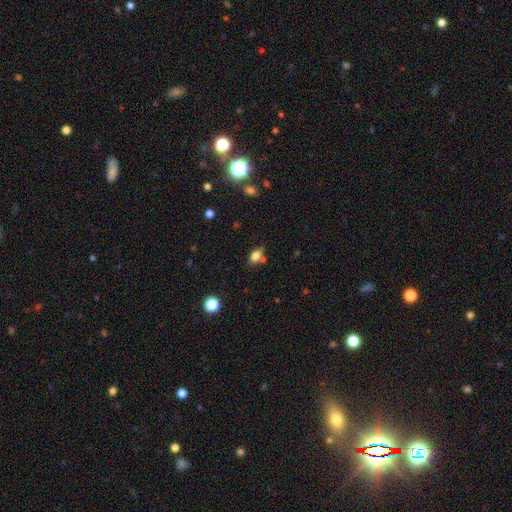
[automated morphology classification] Smooth or featured? smooth (73%)
How rounded? in between (78%)
Merging? none (61%)